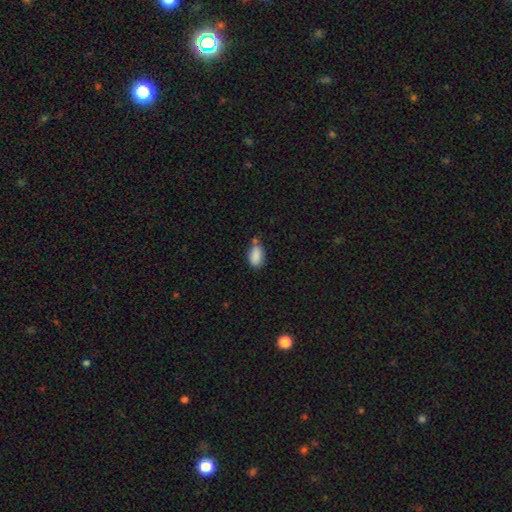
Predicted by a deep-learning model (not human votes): smooth 88%, star or artifact 8%, featured or disk 4%. Down the decision tree: how rounded — in between (91%); merging — none (66%).